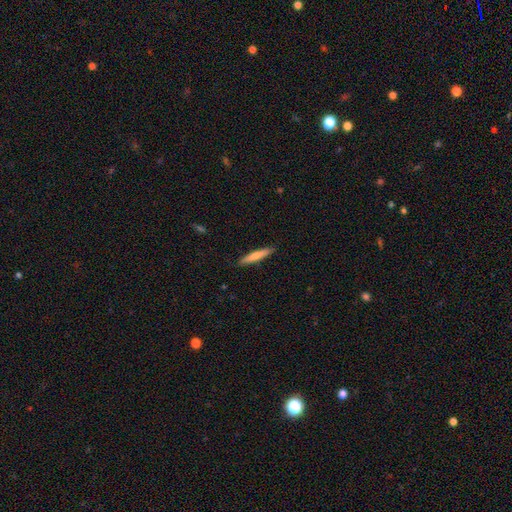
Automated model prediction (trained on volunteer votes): Smooth or featured?
  - smooth: 72% *
  - featured or disk: 23%
  - star or artifact: 5%
How rounded?
  - cigar-shaped: 93% *
  - in between: 6%
  - round: 1%
Merging?
  - none: 90% *
  - minor disturbance: 8%
  - major disturbance: 1%
  - merger: 1%